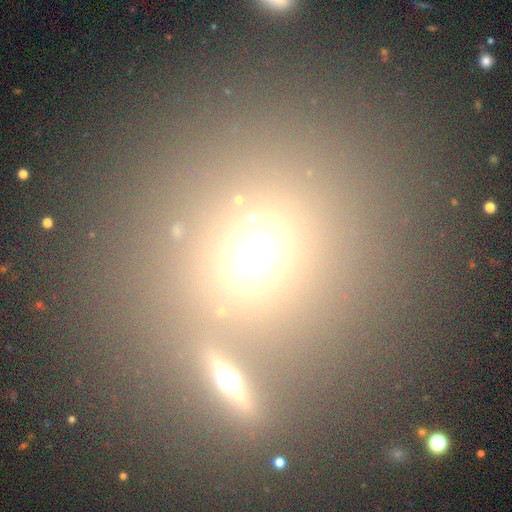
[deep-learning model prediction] This appears to be a smooth galaxy with no disk features (64%) that is round (66%). Merging: none (48%).